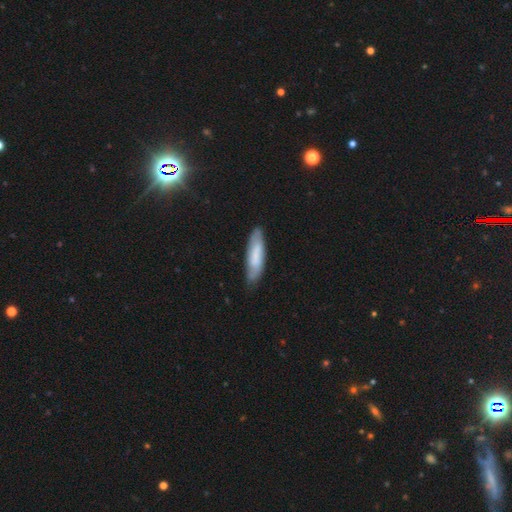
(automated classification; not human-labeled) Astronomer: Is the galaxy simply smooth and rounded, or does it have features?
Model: smooth — 63%.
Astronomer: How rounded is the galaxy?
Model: cigar-shaped — 62%.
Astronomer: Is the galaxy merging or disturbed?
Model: none — 77%.